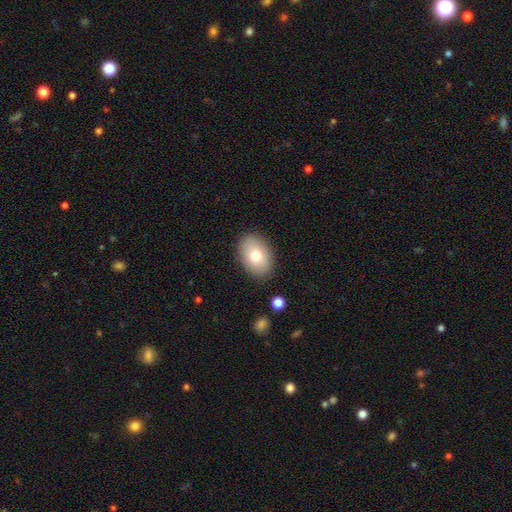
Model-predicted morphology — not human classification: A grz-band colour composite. It shows a smooth galaxy with no disk features (76%) that is in between round and cigar-shaped (83%). Merging: none (87%).